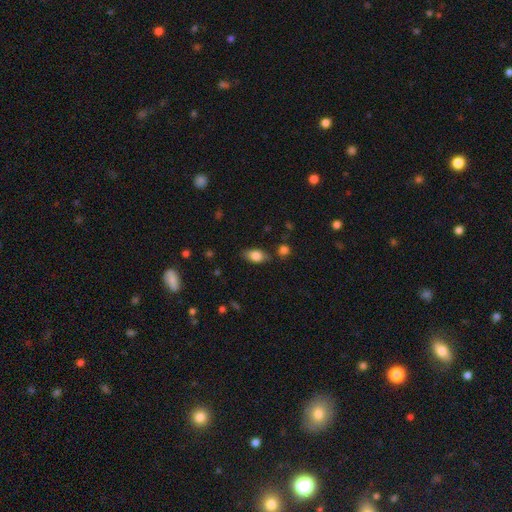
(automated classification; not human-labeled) smooth-or-featured: smooth: 82% | featured or disk: 10% | star or artifact: 8%
  how-rounded: in between: 89% | round: 7% | cigar-shaped: 4%
  merging: none: 76% | minor disturbance: 16% | merger: 4% | major disturbance: 4%